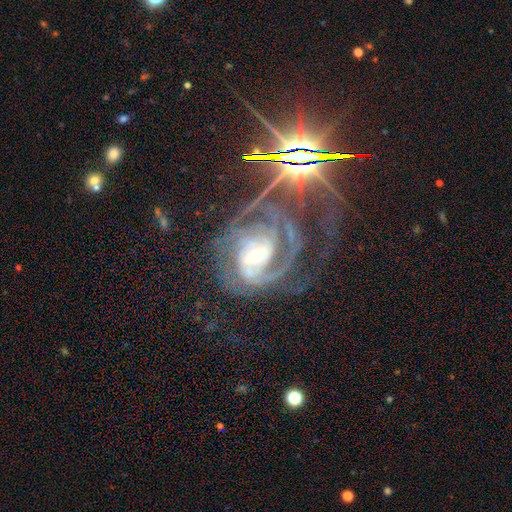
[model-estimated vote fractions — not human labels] Smooth or featured? Predicted: featured or disk (p=0.86). Edge-on disk? Predicted: no (p=0.97). Bar? Predicted: no (p=0.41). Spiral arms? Predicted: yes (p=0.97). Spiral winding? Predicted: tight (p=0.49). Spiral arm count? Predicted: 2 (p=0.38). Bulge size? Predicted: small (p=0.49). Merging? Predicted: none (p=0.46).